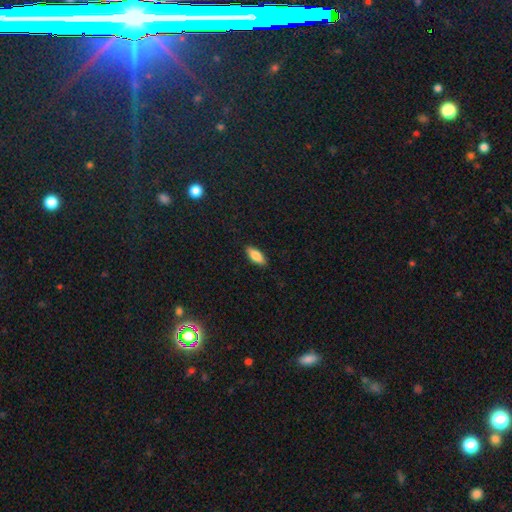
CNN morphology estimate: This appears to be a smooth galaxy with no disk features (84%) that is in between round and cigar-shaped (79%). Merging: none (89%).